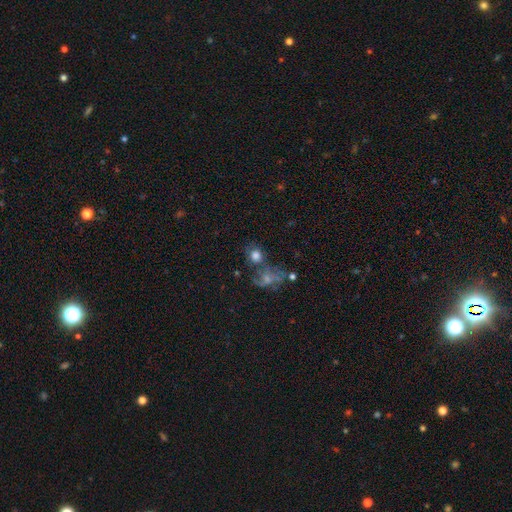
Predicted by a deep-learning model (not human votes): Q: Smooth or featured?
A: smooth (68%); runner-up: featured or disk (20%)
Q: How rounded?
A: round (72%); runner-up: in between (27%)
Q: Merging?
A: none (45%); runner-up: merger (27%)